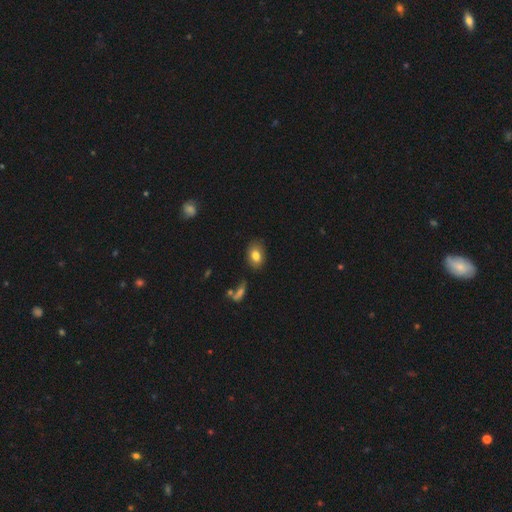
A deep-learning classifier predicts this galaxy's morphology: smooth 80%, featured or disk 11%, star or artifact 9%. Down the decision tree: how rounded — in between (77%); merging — none (80%).